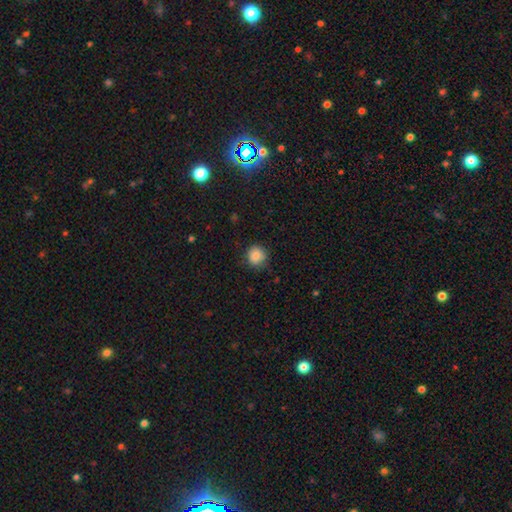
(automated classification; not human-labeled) A smooth galaxy with no disk features (86%) that is round (89%). Merging: none (83%).